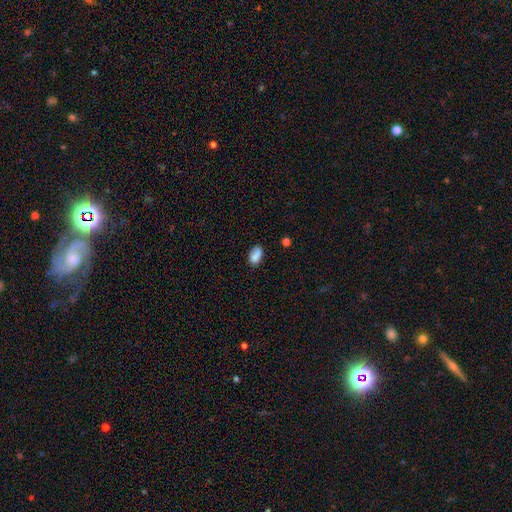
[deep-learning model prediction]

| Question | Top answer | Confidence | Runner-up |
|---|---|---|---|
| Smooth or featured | smooth | 84% | star or artifact (9%) |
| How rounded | in between | 88% | round (9%) |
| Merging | none | 69% | minor disturbance (21%) |